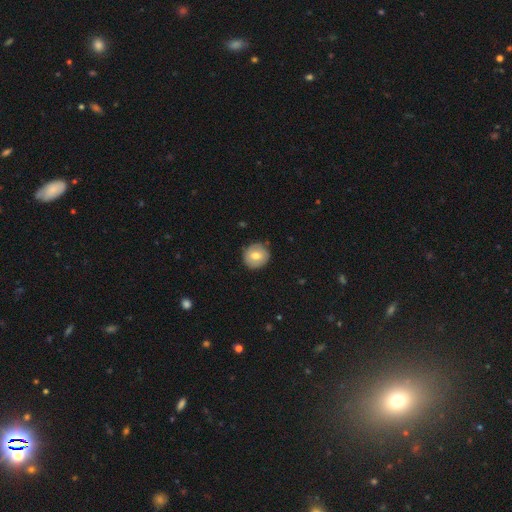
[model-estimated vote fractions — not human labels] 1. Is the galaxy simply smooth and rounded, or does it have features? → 71% smooth, 22% featured or disk, 8% star or artifact.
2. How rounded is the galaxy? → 91% round, 8% in between, 1% cigar-shaped.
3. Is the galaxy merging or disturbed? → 87% none, 10% minor disturbance, 2% major disturbance, 1% merger.